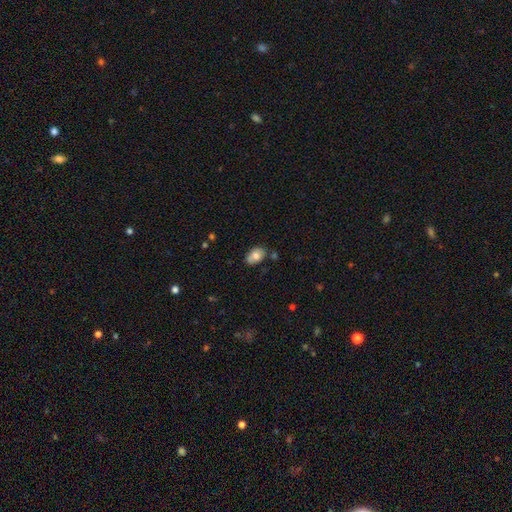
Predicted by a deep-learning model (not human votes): smooth 73%, featured or disk 19%, star or artifact 8%. Down the decision tree: how rounded — in between (88%); merging — none (71%).